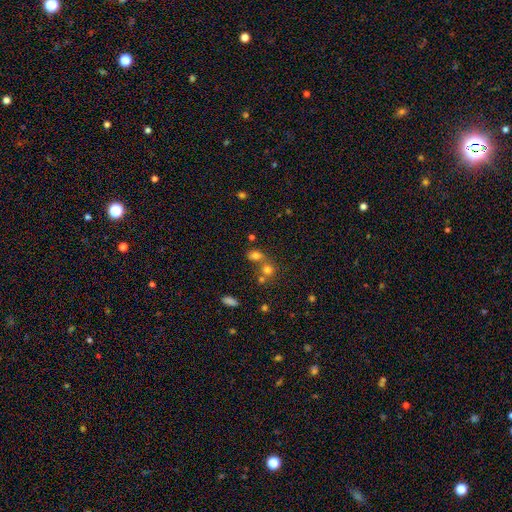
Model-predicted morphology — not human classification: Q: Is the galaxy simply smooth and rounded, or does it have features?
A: smooth — 73%.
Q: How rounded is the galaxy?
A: in between — 55%.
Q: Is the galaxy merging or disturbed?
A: none — 45%.